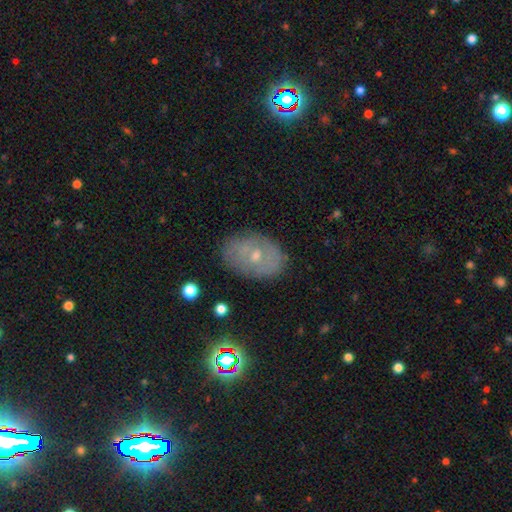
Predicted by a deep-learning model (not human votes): Smooth or featured?
  - featured or disk: 44% *
  - smooth: 41%
  - star or artifact: 15%
Merging?
  - none: 79% *
  - minor disturbance: 15%
  - major disturbance: 4%
  - merger: 2%